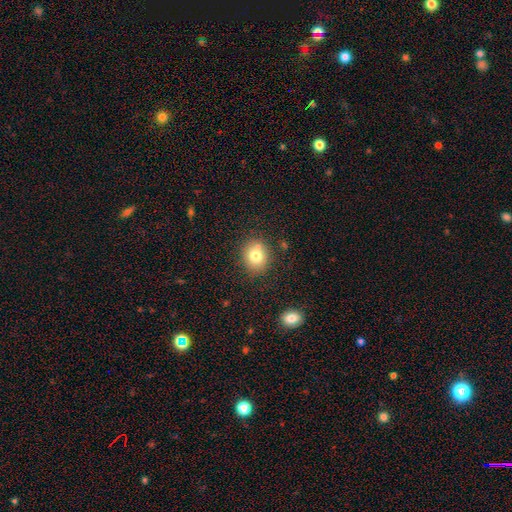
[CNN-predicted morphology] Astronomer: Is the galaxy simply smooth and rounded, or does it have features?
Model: smooth — 77%.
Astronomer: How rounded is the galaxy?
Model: round — 67%.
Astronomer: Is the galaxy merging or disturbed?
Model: none — 79%.